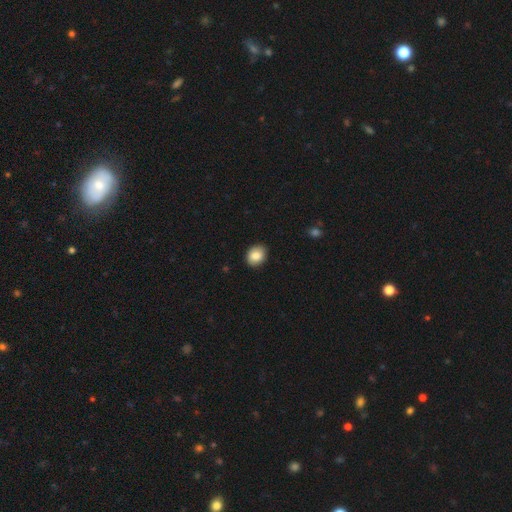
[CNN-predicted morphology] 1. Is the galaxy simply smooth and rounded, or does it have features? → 87% smooth, 8% star or artifact, 6% featured or disk.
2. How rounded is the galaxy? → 51% in between, 49% round, 1% cigar-shaped.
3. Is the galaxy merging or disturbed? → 88% none, 9% minor disturbance, 2% major disturbance, 1% merger.